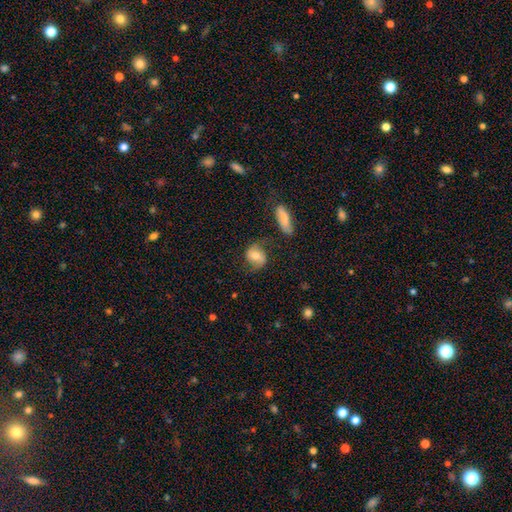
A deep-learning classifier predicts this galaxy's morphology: This is possibly a smooth galaxy (52%). How rounded: possibly in between (52%). Merging: likely none (63%).